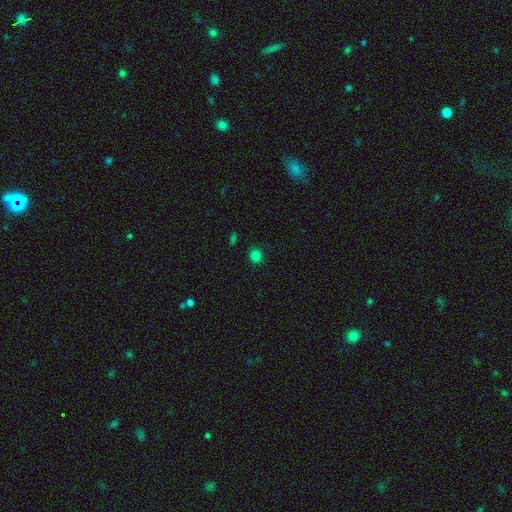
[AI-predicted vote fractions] Morphology: type=smooth (81%); roundness=round (86%); merging=none (90%).